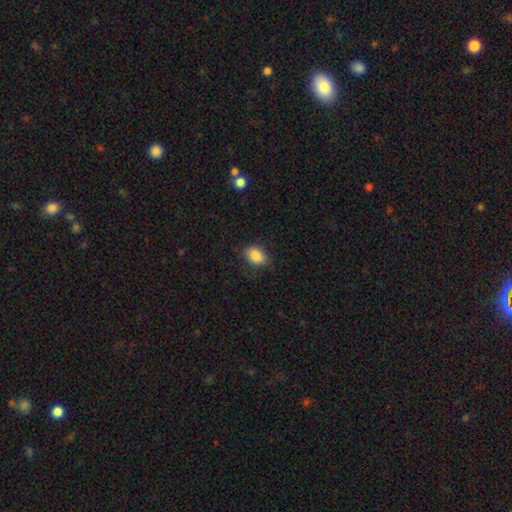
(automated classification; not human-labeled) Smooth or featured? smooth (86%)
How rounded? in between (74%)
Merging? none (80%)